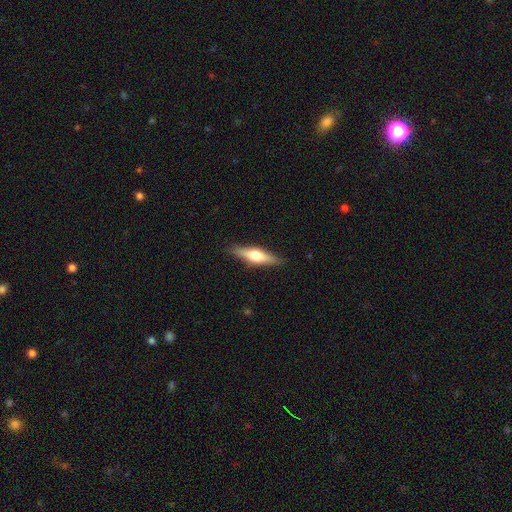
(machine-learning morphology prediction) This appears to be a featured or disk galaxy (50%). Merging: none (89%).